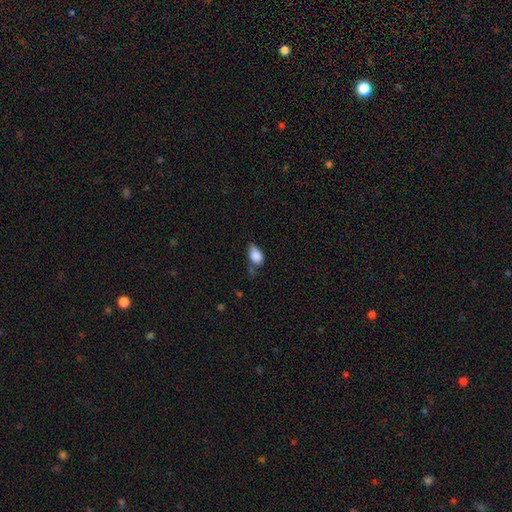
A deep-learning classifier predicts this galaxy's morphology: smooth-or-featured: smooth: 85% | star or artifact: 8% | featured or disk: 7%
  how-rounded: in between: 89% | round: 8% | cigar-shaped: 3%
  merging: none: 42% | minor disturbance: 38% | major disturbance: 13% | merger: 7%